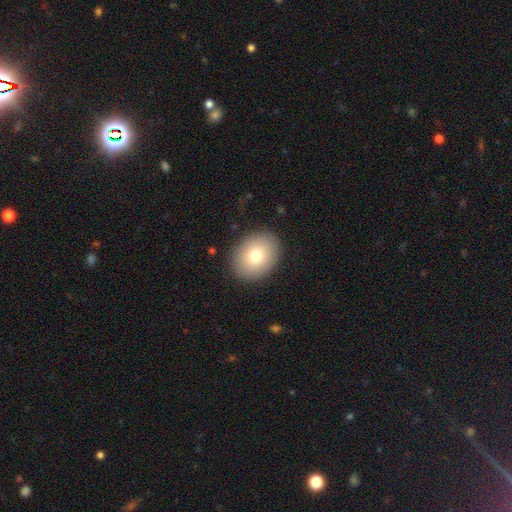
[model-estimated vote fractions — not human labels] Smooth or featured: smooth — 79% (featured or disk — 12%)
How rounded: in between — 61% (round — 38%)
Merging: none — 88% (minor disturbance — 8%)